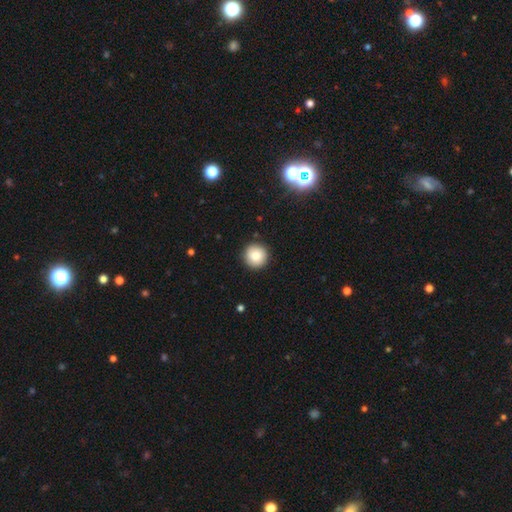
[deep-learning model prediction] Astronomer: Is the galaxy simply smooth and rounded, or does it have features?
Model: smooth — 85%.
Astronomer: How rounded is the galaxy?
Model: round — 95%.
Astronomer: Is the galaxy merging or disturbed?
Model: none — 92%.